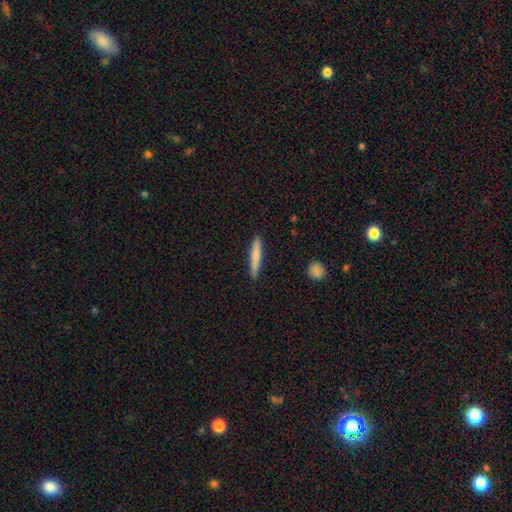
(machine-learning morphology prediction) type=smooth (74%); roundness=cigar-shaped (94%); merging=none (90%).